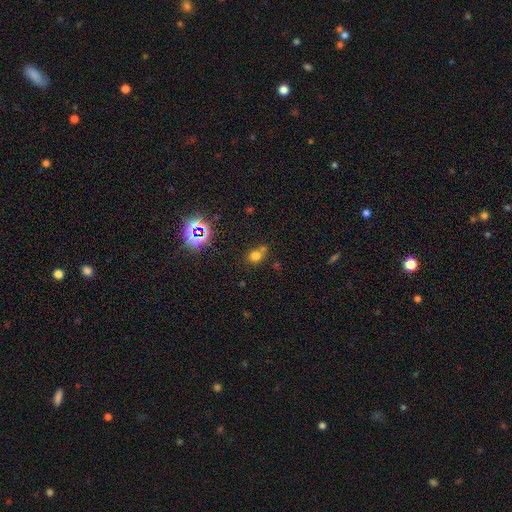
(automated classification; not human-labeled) Overall: smooth (68%). How rounded: round (69%; in between 30%). Merging: none (56%; merger 28%).